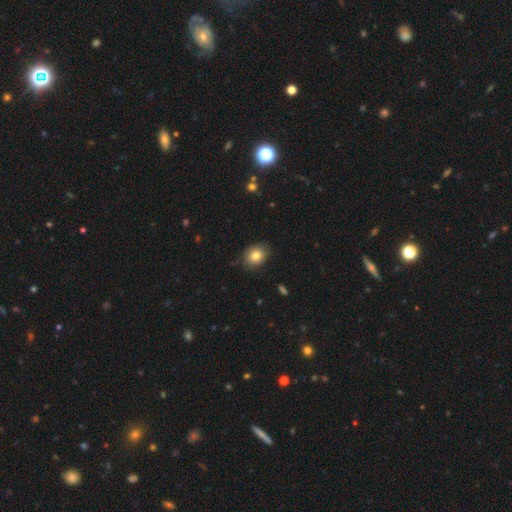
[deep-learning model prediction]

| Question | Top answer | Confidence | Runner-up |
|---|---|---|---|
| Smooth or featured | smooth | 81% | featured or disk (10%) |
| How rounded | in between | 53% | round (46%) |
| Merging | none | 80% | minor disturbance (16%) |